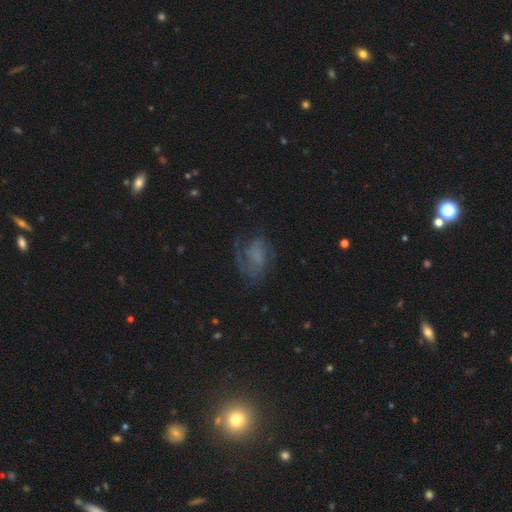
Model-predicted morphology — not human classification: Overall: featured or disk (58%; smooth 29%). Edge-on disk: no (97%). Bar: no (66%; weak 28%). Spiral arms: yes (80%). Bulge size: none (62%). Merging: none (49%; major disturbance 26%).